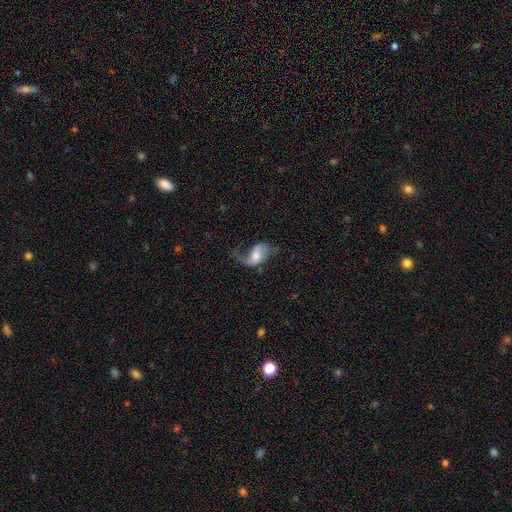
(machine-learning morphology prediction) A featured or disk galaxy (74%) with a weak bar (42%), 2 (67%) loose (76%) spiral arms (91%) and a moderate central bulge (59%). Merging: none (49%).